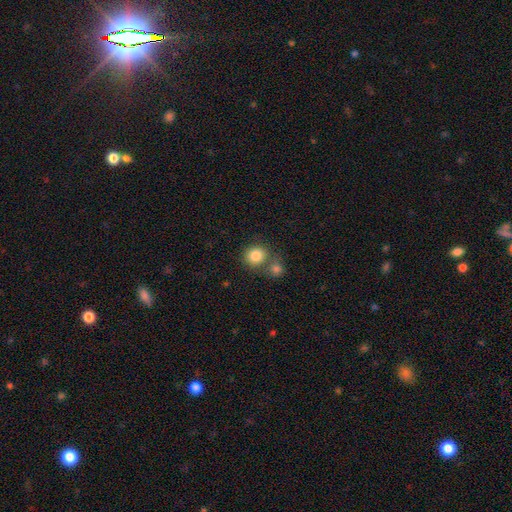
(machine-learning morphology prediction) Overall: smooth (84%). How rounded: round (85%). Merging: none (58%; merger 30%).